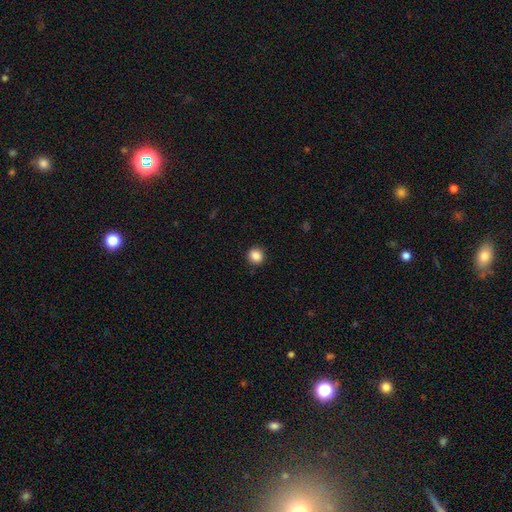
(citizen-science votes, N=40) Volunteers were most divided on "smooth or featured": smooth: 85%, star or artifact: 10%, featured or disk: 5%. More confident: how rounded — round (94%); merging — none (92%).